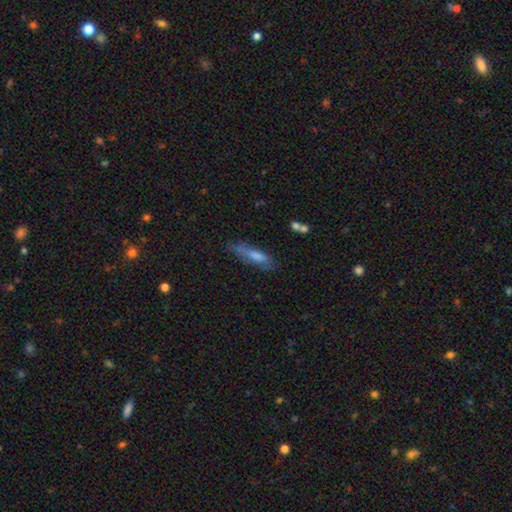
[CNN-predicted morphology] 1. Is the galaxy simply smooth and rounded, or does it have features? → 58% smooth, 33% featured or disk, 9% star or artifact.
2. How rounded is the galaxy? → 67% cigar-shaped, 31% in between, 2% round.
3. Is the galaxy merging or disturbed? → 69% none, 21% minor disturbance, 7% major disturbance, 3% merger.